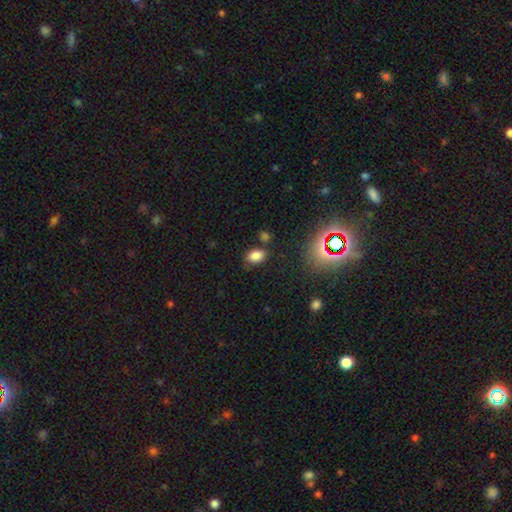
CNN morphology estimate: A smooth galaxy with no disk features (80%) that is in between round and cigar-shaped (84%).

Vote fractions:
- Smooth or featured? smooth: 80% / star or artifact: 14% / featured or disk: 6%
- How rounded? in between: 84% / round: 15% / cigar-shaped: 2%
- Merging? none: 73% / minor disturbance: 16% / merger: 6% / major disturbance: 4%